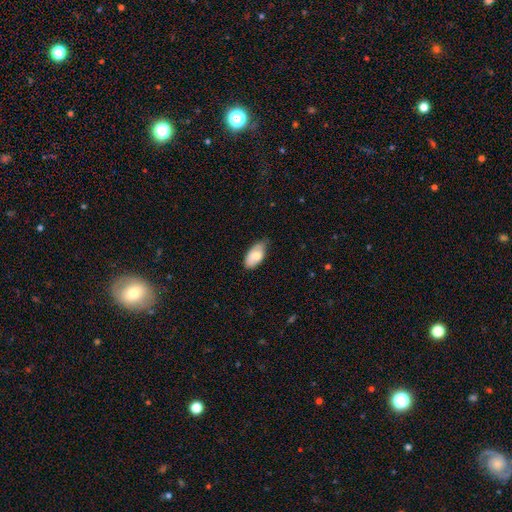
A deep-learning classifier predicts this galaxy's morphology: smooth 75%, featured or disk 19%, star or artifact 6%. Down the decision tree: how rounded — in between (94%); merging — none (64%).